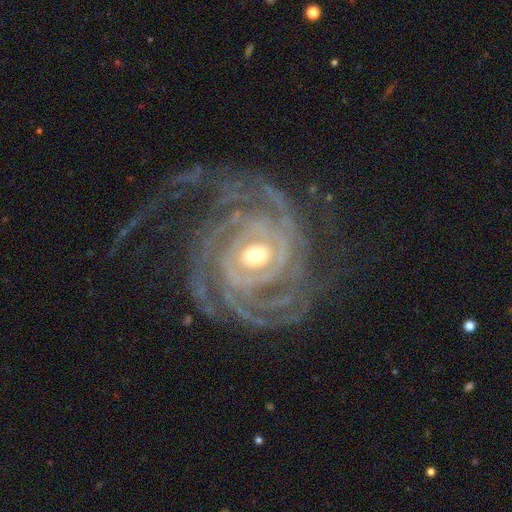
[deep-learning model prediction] Smooth or featured? featured or disk (91%)
Edge-on disk? no (97%)
Bar? no (63%)
Spiral arms? yes (96%)
Spiral winding? tight (77%)
Spiral arm count? can't tell (24%)
Bulge size? moderate (58%)
Merging? none (71%)